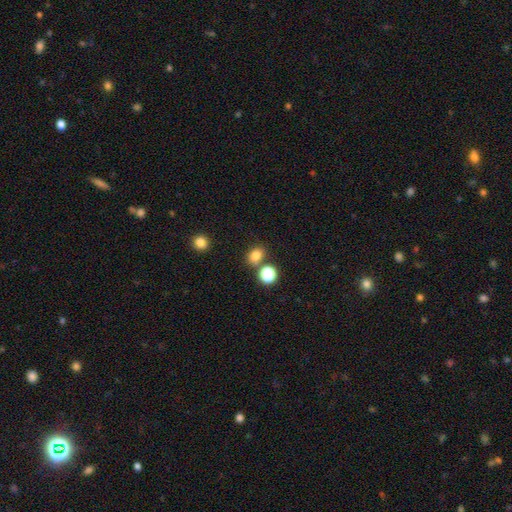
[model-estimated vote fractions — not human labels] smooth 78%, star or artifact 16%, featured or disk 6%. Down the decision tree: how rounded — round (59%); merging — none (73%).